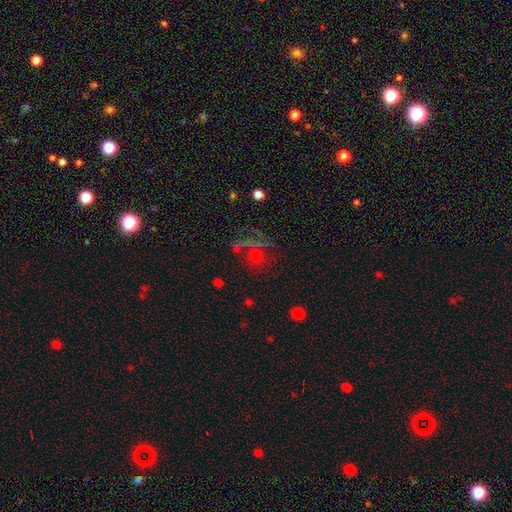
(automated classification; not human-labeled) A smooth galaxy with no disk features (42%). Merging: none (54%).